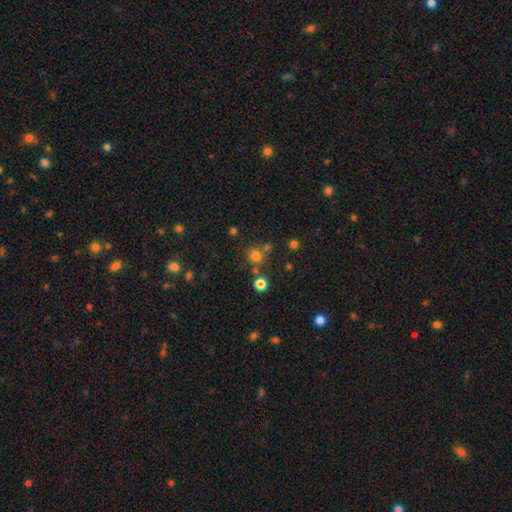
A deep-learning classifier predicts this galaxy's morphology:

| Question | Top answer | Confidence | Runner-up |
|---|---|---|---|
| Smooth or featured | smooth | 73% | star or artifact (19%) |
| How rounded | round | 87% | in between (12%) |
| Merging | none | 71% | merger (15%) |